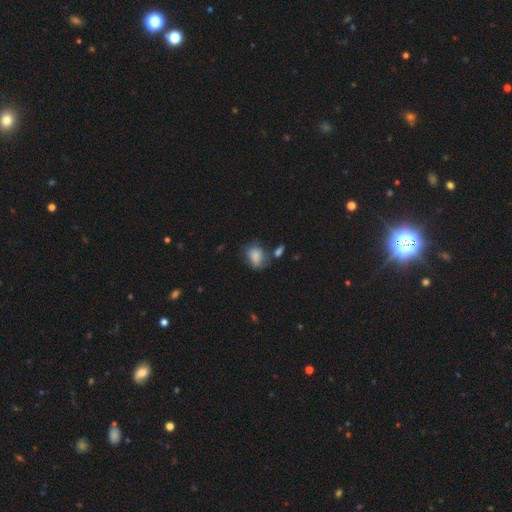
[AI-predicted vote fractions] This is clearly a smooth galaxy (82%). How rounded: likely in between (61%). Merging: possibly none (51%).